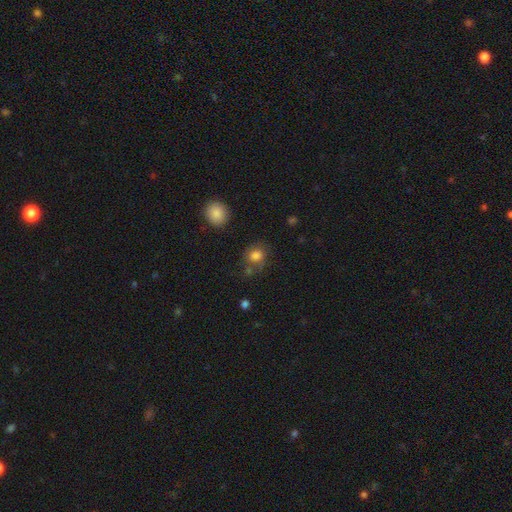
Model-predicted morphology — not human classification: A smooth galaxy with no disk features (81%) that is round (71%). Merging: none (64%).